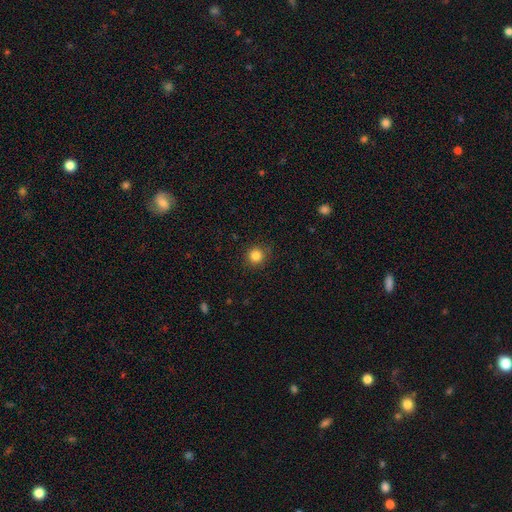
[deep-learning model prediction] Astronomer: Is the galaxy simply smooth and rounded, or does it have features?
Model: smooth — 84%.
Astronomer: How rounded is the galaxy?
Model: round — 93%.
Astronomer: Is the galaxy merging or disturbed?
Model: none — 88%.